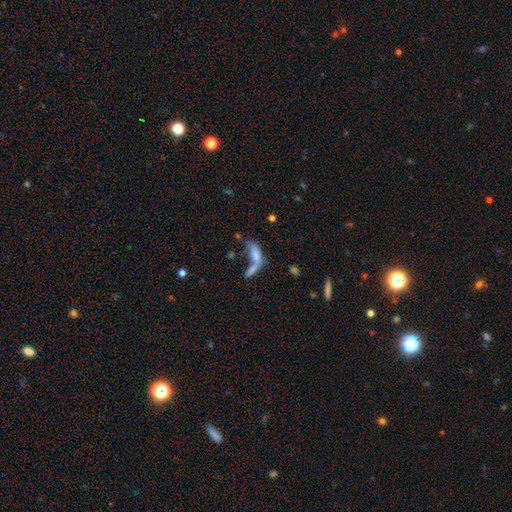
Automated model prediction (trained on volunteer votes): The model was most divided on "how rounded": in between: 61%, cigar-shaped: 36%, round: 3%. More confident: smooth or featured — smooth (72%); merging — merger (54%).